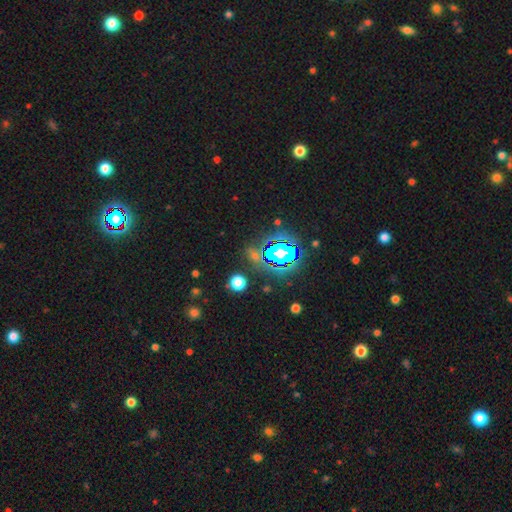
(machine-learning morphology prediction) This is likely a star or artifact rather than a galaxy (65%).